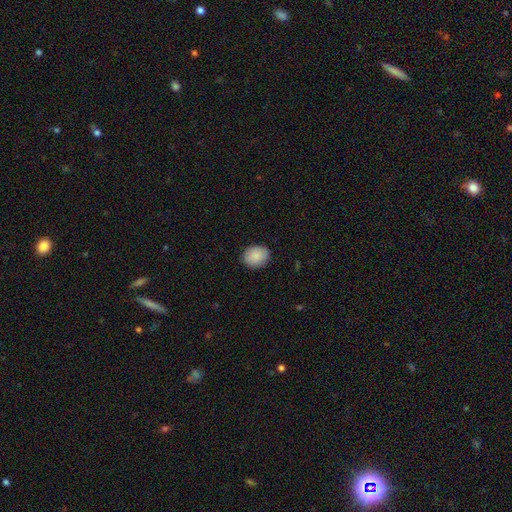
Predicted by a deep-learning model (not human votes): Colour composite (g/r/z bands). It shows a smooth galaxy with no disk features (88%) that is round (54%). Merging: none (87%).